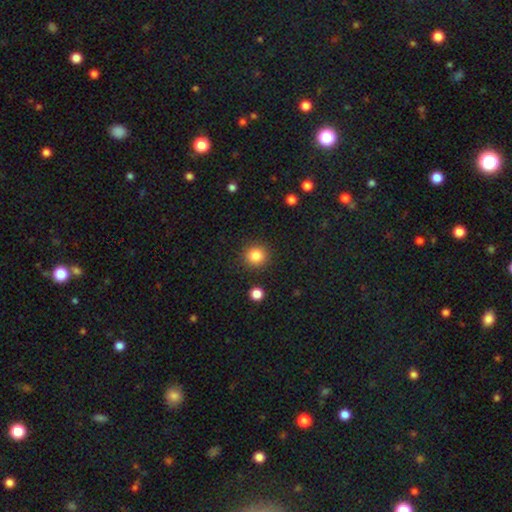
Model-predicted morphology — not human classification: This appears to be a smooth galaxy with no disk features (84%) that is round (91%). Merging: none (89%).